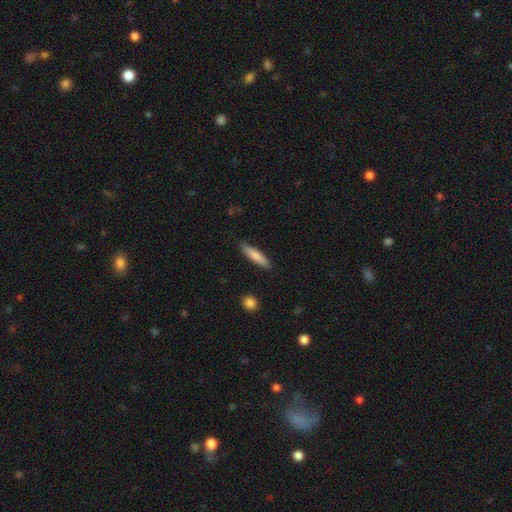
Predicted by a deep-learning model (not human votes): The model was most divided on "how rounded": cigar-shaped: 81%, in between: 17%, round: 1%. More confident: merging — none (88%); smooth or featured — smooth (80%).